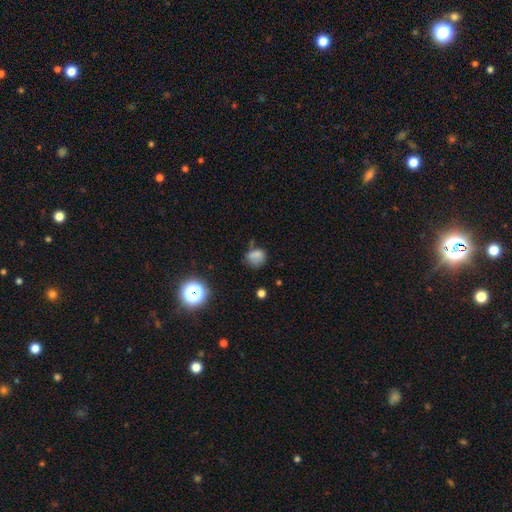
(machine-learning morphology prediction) A smooth galaxy with no disk features (74%) that is round (60%).

Vote fractions:
- Smooth or featured? smooth: 74% / star or artifact: 16% / featured or disk: 10%
- How rounded? round: 60% / in between: 39% / cigar-shaped: 1%
- Merging? none: 55% / minor disturbance: 27% / major disturbance: 11% / merger: 6%